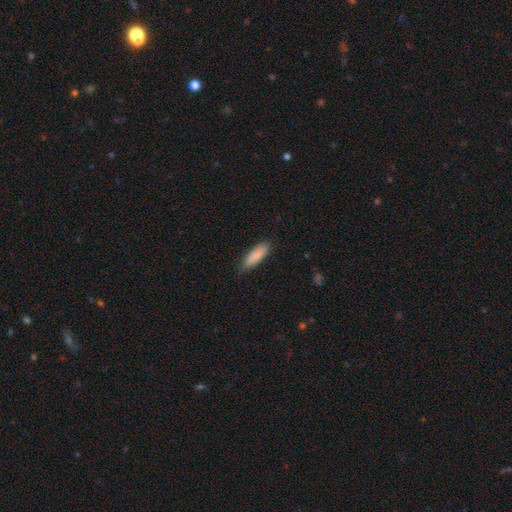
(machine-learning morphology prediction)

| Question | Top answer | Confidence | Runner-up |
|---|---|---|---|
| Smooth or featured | smooth | 88% | featured or disk (6%) |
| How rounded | in between | 56% | cigar-shaped (43%) |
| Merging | none | 81% | minor disturbance (15%) |